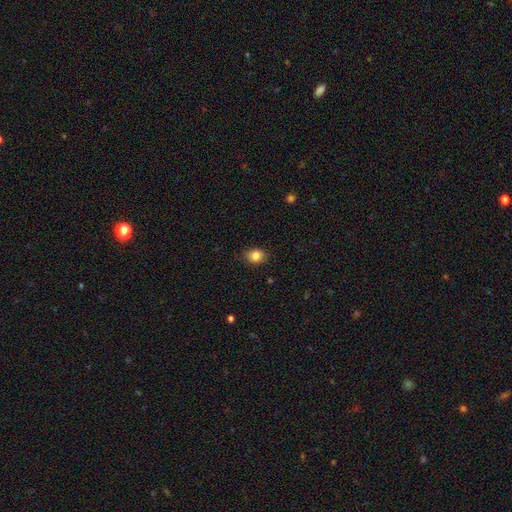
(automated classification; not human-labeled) smooth_or_featured: smooth (p=0.85) [alt: star or artifact p=0.09]
how_rounded: round (p=0.53) [alt: in between p=0.46]
merging: none (p=0.83) [alt: minor disturbance p=0.13]